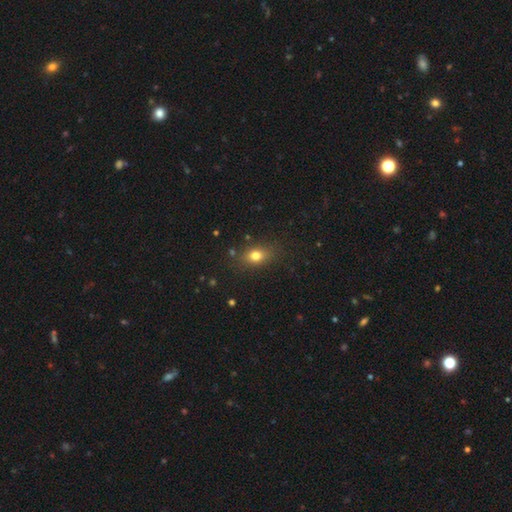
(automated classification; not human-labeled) A smooth galaxy with no disk features (76%) that is in between round and cigar-shaped (66%).

Vote fractions:
- Smooth or featured? smooth: 76% / star or artifact: 13% / featured or disk: 11%
- How rounded? in between: 66% / round: 30% / cigar-shaped: 4%
- Merging? none: 81% / minor disturbance: 13% / major disturbance: 4% / merger: 2%